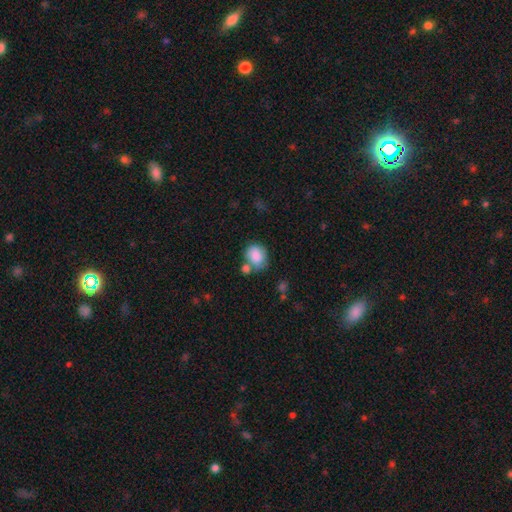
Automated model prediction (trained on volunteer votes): Smooth or featured? Predicted: smooth (p=0.84). How rounded? Predicted: round (p=0.56). Merging? Predicted: none (p=0.47).